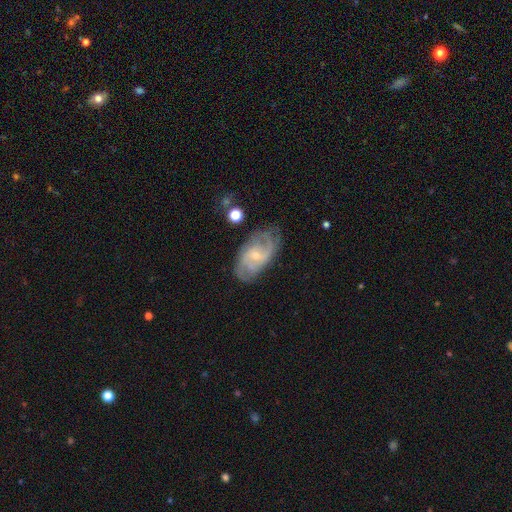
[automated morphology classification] The model was most divided on "bar": no: 47%, weak: 44%, strong: 8%. Remaining: edge-on disk — no (96%); spiral arms — yes (95%); smooth or featured — featured or disk (82%); merging — none (70%); bulge size — small (68%); spiral arm count — 2 (48%); spiral winding — medium (47%).